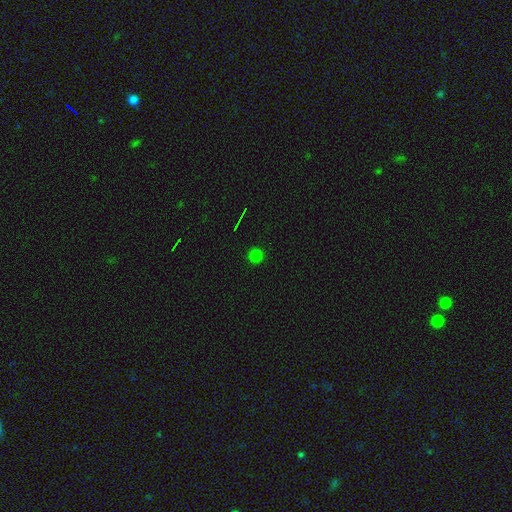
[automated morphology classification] A smooth galaxy with no disk features (78%) that is round (95%). Merging: none (92%).